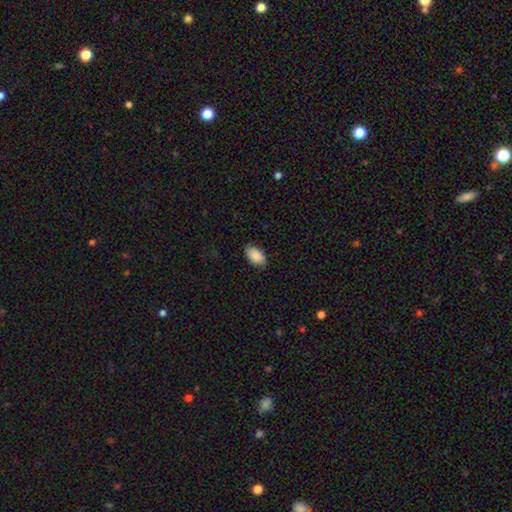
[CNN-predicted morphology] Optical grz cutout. It shows a smooth galaxy with no disk features (89%) that is in between round and cigar-shaped (94%). Merging: none (85%).